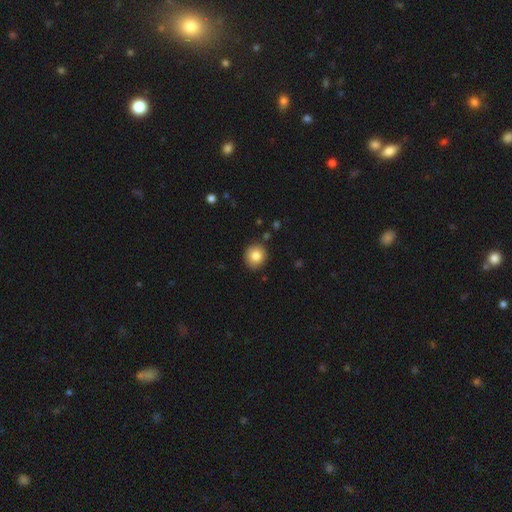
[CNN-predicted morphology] type=smooth (83%); roundness=round (86%); merging=none (88%).